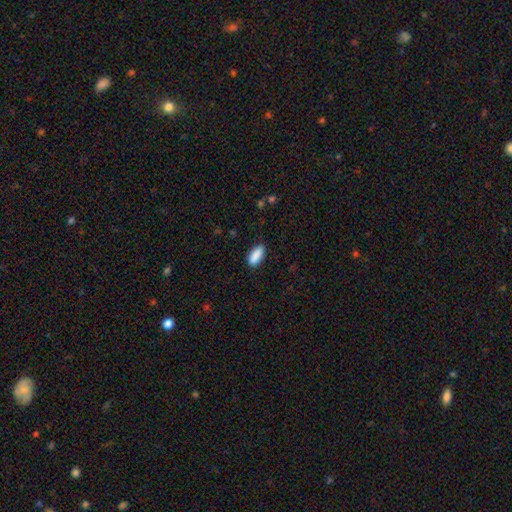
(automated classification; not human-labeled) Smooth or featured?
  - smooth: 89% *
  - star or artifact: 7%
  - featured or disk: 4%
How rounded?
  - in between: 83% *
  - cigar-shaped: 15%
  - round: 2%
Merging?
  - none: 85% *
  - minor disturbance: 11%
  - major disturbance: 2%
  - merger: 1%